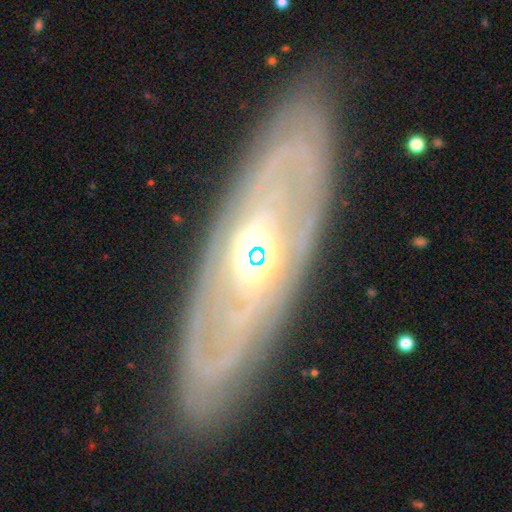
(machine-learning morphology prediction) Q: Smooth or featured?
A: featured or disk (80%); runner-up: smooth (12%)
Q: Edge-on disk?
A: no (78%); runner-up: yes (22%)
Q: Bar?
A: no (56%); runner-up: weak (28%)
Q: Spiral arms?
A: yes (60%); runner-up: no (40%)
Q: Bulge size?
A: moderate (66%); runner-up: small (16%)
Q: Merging?
A: none (81%); runner-up: minor disturbance (12%)